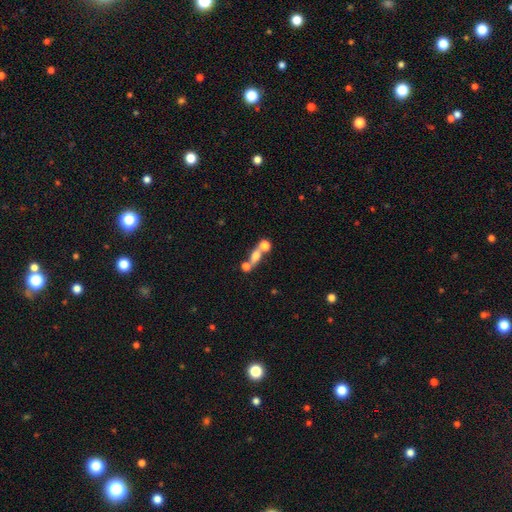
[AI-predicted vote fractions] Overall: smooth (62%; featured or disk 24%). How rounded: in between (45%; round 41%). Merging: merger (54%; none 31%).